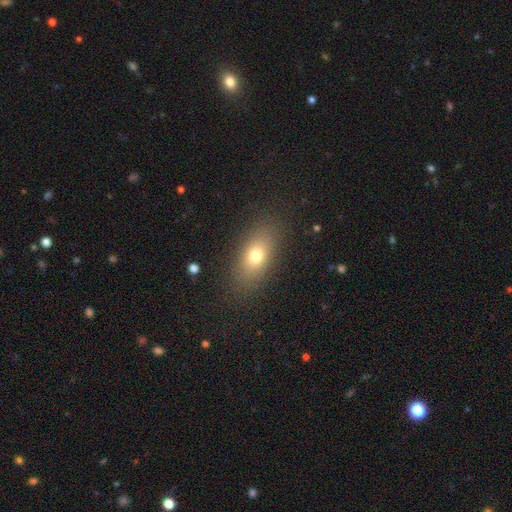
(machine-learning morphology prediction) smooth-or-featured: smooth: 73% | featured or disk: 16% | star or artifact: 11%
  how-rounded: in between: 79% | cigar-shaped: 11% | round: 10%
  merging: none: 85% | minor disturbance: 10% | major disturbance: 4% | merger: 1%